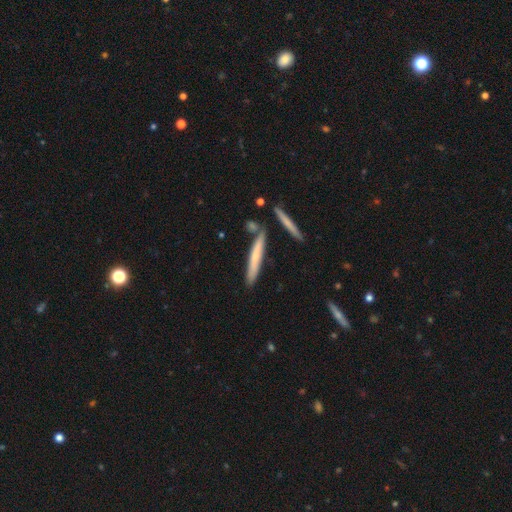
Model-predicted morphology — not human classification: A smooth galaxy with no disk features (60%) that is cigar-shaped (94%). Merging: none (77%).